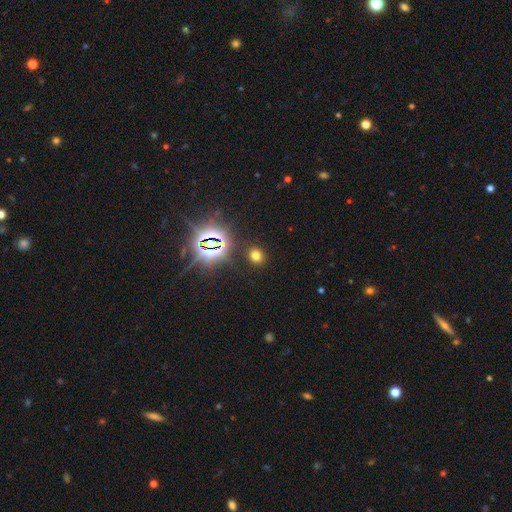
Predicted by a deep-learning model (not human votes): Smooth or featured? smooth (64%)
How rounded? round (62%)
Merging? none (88%)